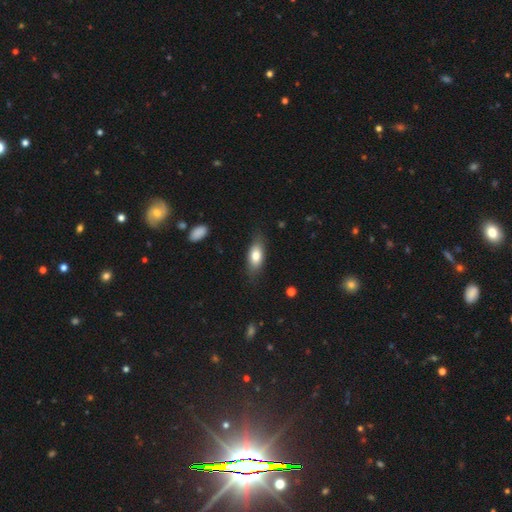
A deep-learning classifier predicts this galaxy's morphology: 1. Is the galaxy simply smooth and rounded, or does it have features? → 76% smooth, 17% featured or disk, 6% star or artifact.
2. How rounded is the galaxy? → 79% in between, 18% cigar-shaped, 4% round.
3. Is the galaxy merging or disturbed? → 79% none, 16% minor disturbance, 4% major disturbance, 1% merger.